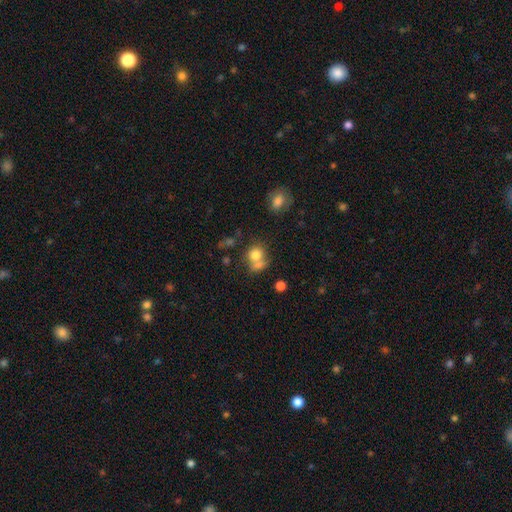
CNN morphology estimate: Smooth or featured? smooth (77%)
How rounded? round (71%)
Merging? merger (42%)